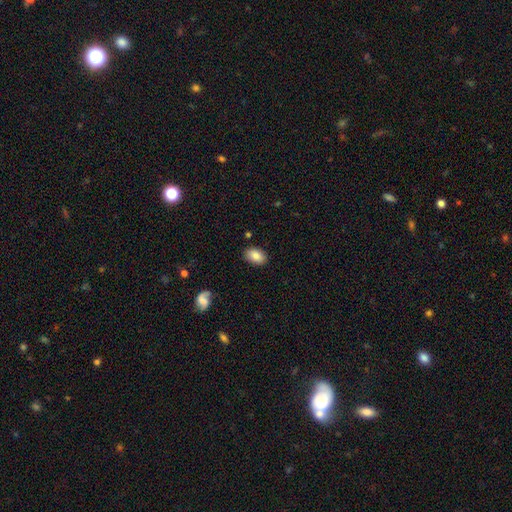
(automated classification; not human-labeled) The model was most divided on "merging": none: 85%, minor disturbance: 10%, major disturbance: 3%, merger: 2%. More confident: how rounded — in between (88%); smooth or featured — smooth (84%).